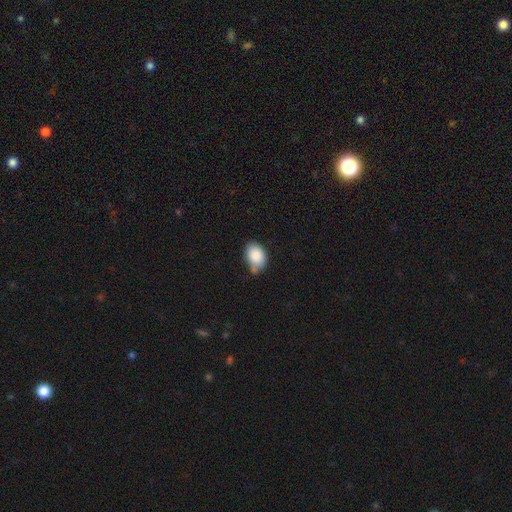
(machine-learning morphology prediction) Overall: smooth (86%). How rounded: in between (77%). Merging: none (51%; minor disturbance 35%).